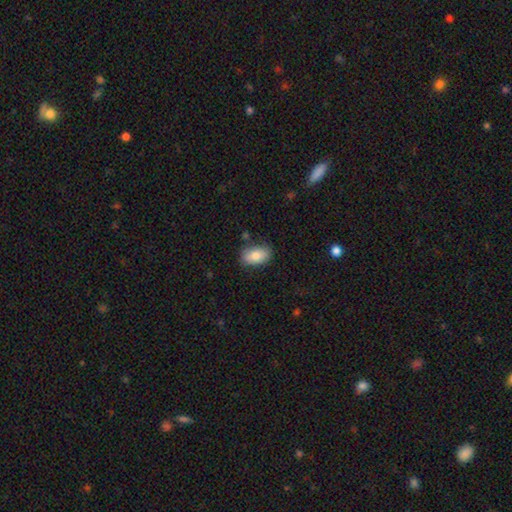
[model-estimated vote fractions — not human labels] smooth-or-featured: smooth: 80% | featured or disk: 12% | star or artifact: 7%
  how-rounded: in between: 90% | round: 8% | cigar-shaped: 2%
  merging: none: 79% | minor disturbance: 15% | major disturbance: 3% | merger: 3%